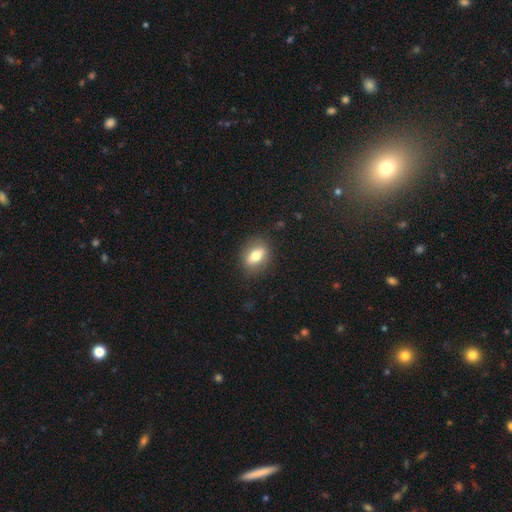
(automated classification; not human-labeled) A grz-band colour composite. It shows a smooth galaxy with no disk features (72%) that is in between round and cigar-shaped (71%). Merging: none (85%).